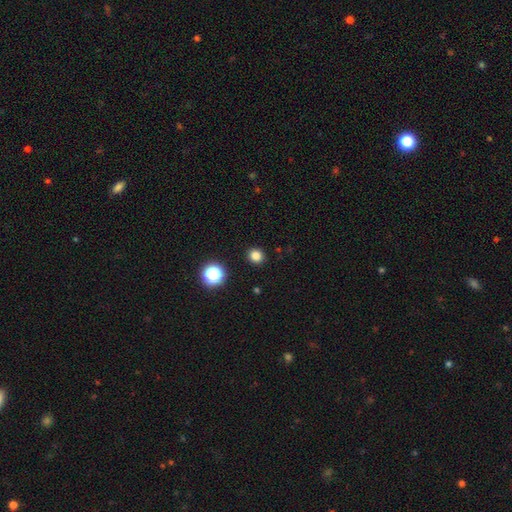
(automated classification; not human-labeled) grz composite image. It shows a smooth galaxy with no disk features (81%) that is round (86%). Merging: none (91%).